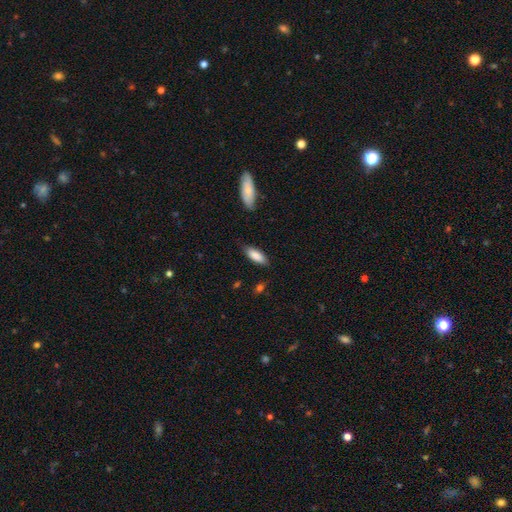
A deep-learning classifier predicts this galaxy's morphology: Smooth or featured: smooth — 86% (featured or disk — 9%)
How rounded: in between — 75% (cigar-shaped — 24%)
Merging: none — 80% (minor disturbance — 15%)